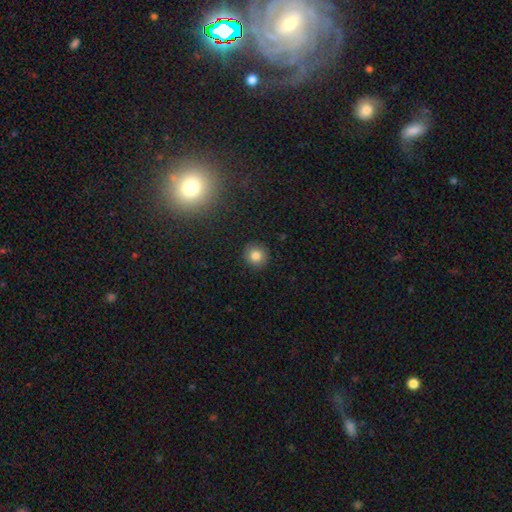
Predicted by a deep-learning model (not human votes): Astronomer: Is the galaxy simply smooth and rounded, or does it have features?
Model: smooth — 81%.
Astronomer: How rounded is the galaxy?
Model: round — 92%.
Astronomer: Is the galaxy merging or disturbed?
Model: none — 90%.